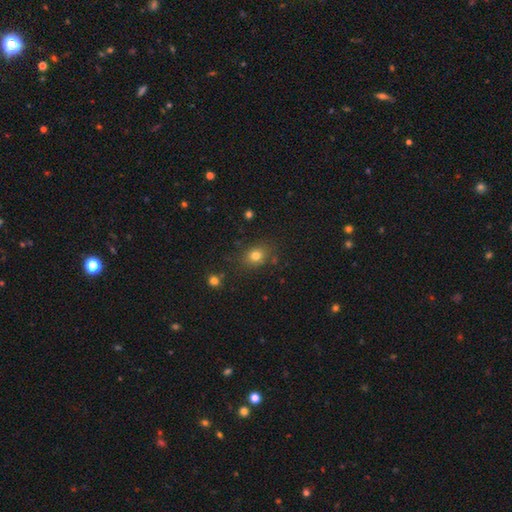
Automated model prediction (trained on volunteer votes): Smooth or featured?
  - smooth: 77% *
  - star or artifact: 15%
  - featured or disk: 8%
How rounded?
  - round: 57% *
  - in between: 42%
  - cigar-shaped: 1%
Merging?
  - none: 81% *
  - minor disturbance: 12%
  - major disturbance: 4%
  - merger: 3%